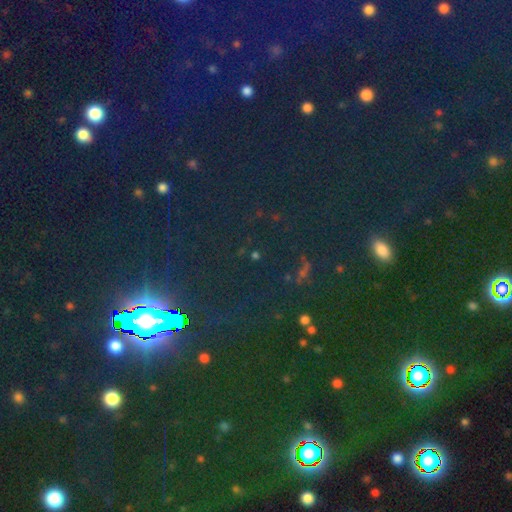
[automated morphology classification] The model was most divided on "smooth or featured": star or artifact: 73%, smooth: 18%, featured or disk: 9%.